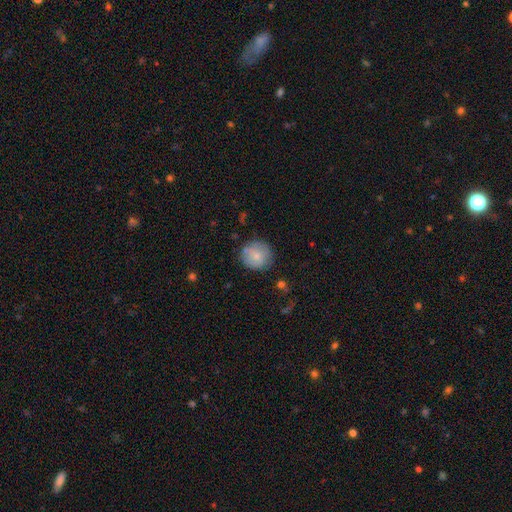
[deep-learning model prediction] Smooth or featured? smooth (77%)
How rounded? round (93%)
Merging? none (78%)